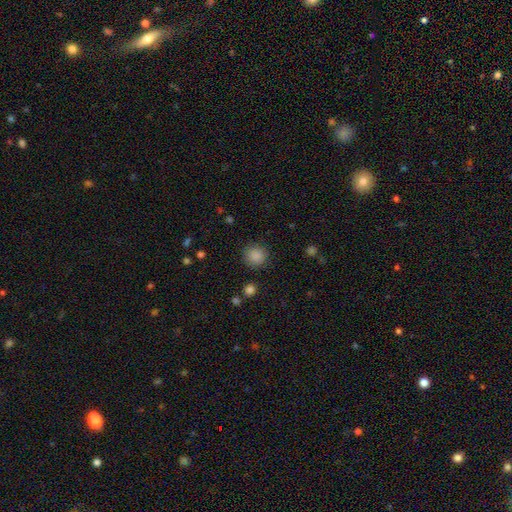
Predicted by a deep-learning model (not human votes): Overall: smooth (87%). How rounded: round (91%). Merging: none (87%).